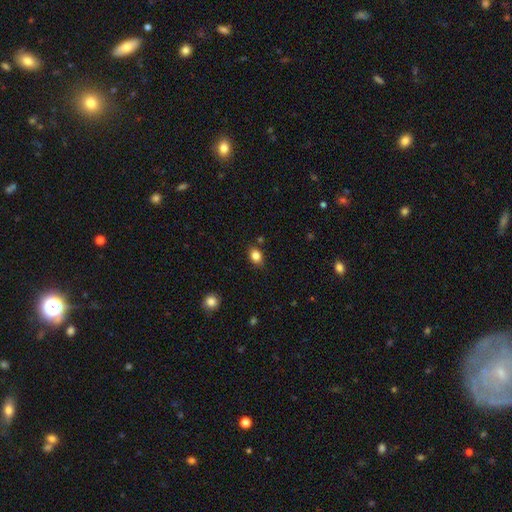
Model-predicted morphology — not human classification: smooth-or-featured: smooth: 83% | star or artifact: 11% | featured or disk: 6%
  how-rounded: in between: 63% | round: 36% | cigar-shaped: 1%
  merging: none: 81% | minor disturbance: 14% | major disturbance: 3% | merger: 2%